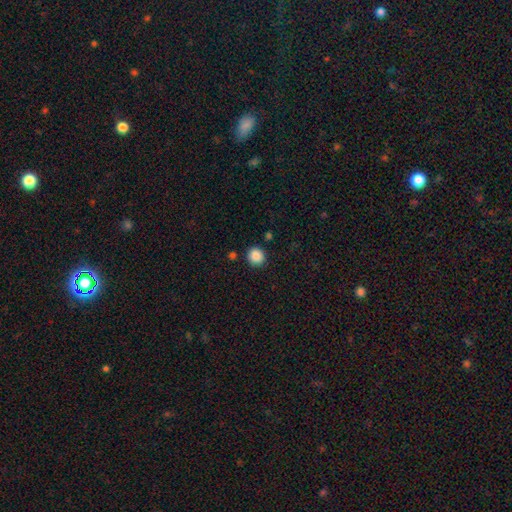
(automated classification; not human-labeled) smooth_or_featured: smooth (p=0.88) [alt: star or artifact p=0.09]
how_rounded: round (p=0.91) [alt: in between p=0.08]
merging: none (p=0.89) [alt: minor disturbance p=0.07]